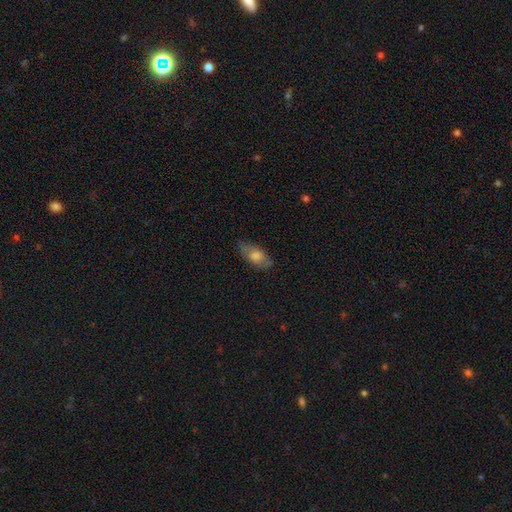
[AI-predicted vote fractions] Morphology: type=smooth (65%); roundness=in between (86%); merging=none (74%).